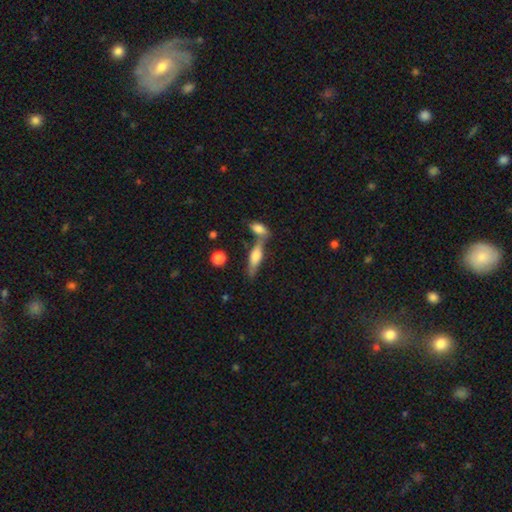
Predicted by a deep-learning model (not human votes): smooth-or-featured: smooth: 54% | featured or disk: 38% | star or artifact: 8%
  how-rounded: cigar-shaped: 59% | in between: 38% | round: 3%
  merging: none: 54% | merger: 30% | minor disturbance: 12% | major disturbance: 4%